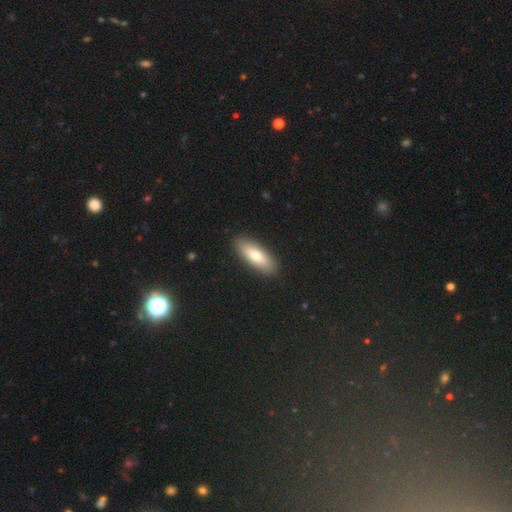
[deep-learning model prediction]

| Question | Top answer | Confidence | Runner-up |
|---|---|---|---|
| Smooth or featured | smooth | 76% | featured or disk (19%) |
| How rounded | in between | 63% | cigar-shaped (35%) |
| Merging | none | 89% | minor disturbance (8%) |